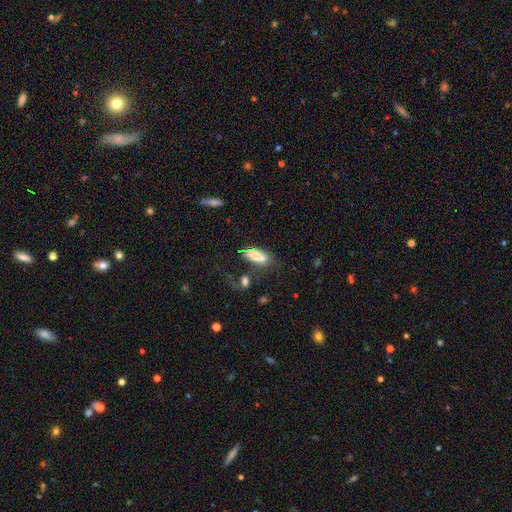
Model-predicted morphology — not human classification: smooth_or_featured: smooth (p=0.68) [alt: featured or disk p=0.22]
how_rounded: in between (p=0.76) [alt: cigar-shaped p=0.20]
merging: none (p=0.44) [alt: minor disturbance p=0.22]